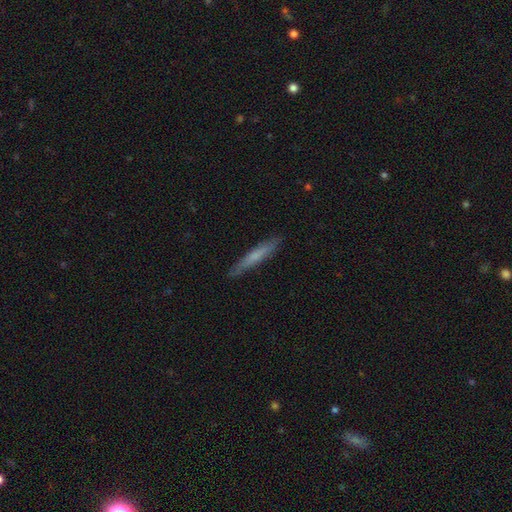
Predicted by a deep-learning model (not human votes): A smooth galaxy with no disk features (59%) that is cigar-shaped (94%).

Vote fractions:
- Smooth or featured? smooth: 59% / featured or disk: 35% / star or artifact: 6%
- How rounded? cigar-shaped: 94% / in between: 4% / round: 1%
- Merging? none: 87% / minor disturbance: 10% / major disturbance: 2% / merger: 1%